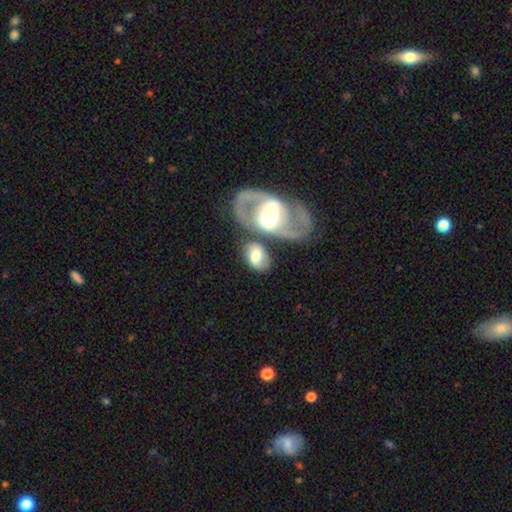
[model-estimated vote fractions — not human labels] smooth_or_featured: smooth (p=0.50) [alt: featured or disk p=0.44]
merging: none (p=0.43) [alt: merger p=0.34]